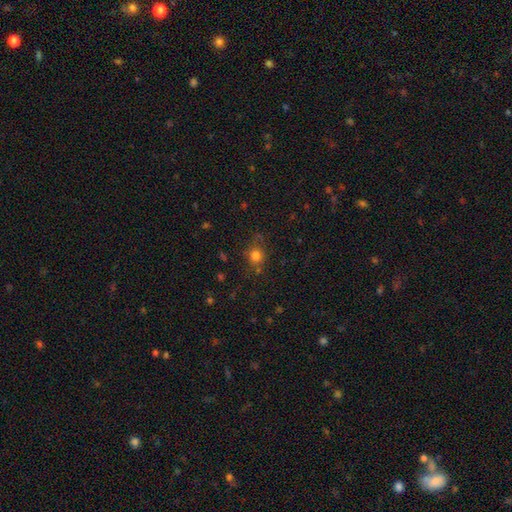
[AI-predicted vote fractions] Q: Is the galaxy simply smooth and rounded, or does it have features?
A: smooth — 77%.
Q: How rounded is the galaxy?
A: round — 83%.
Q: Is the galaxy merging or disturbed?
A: none — 73%.